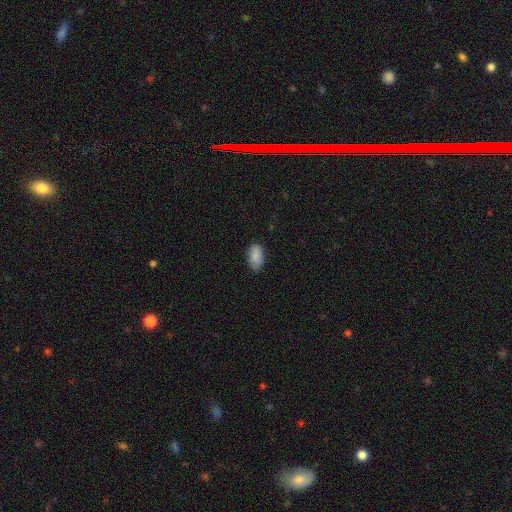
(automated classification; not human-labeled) Overall: smooth (87%). How rounded: in between (93%). Merging: none (77%).